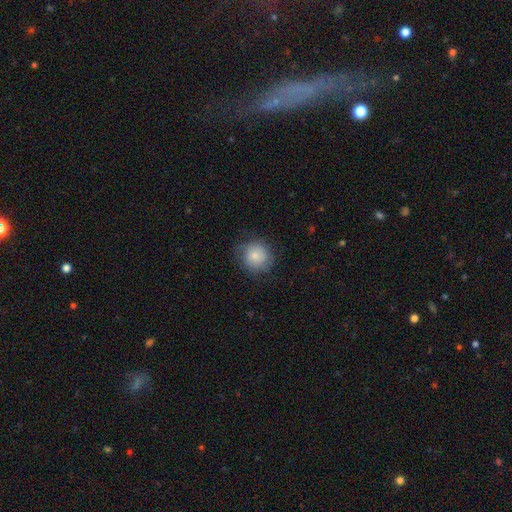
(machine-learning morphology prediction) Smooth or featured: smooth — 81% (featured or disk — 12%)
How rounded: round — 89% (in between — 10%)
Merging: none — 72% (minor disturbance — 20%)